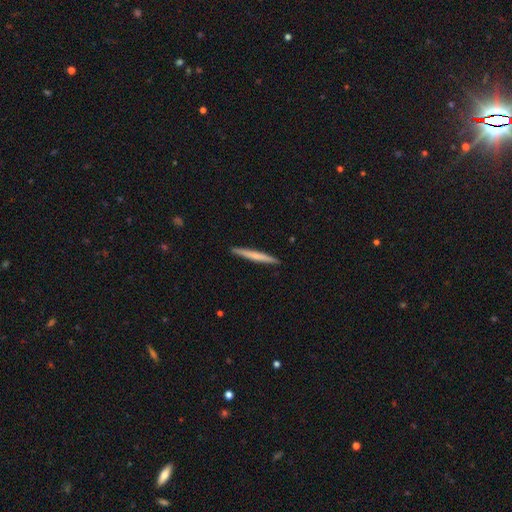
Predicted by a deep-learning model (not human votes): Overall: smooth (59%; featured or disk 35%). How rounded: cigar-shaped (97%). Merging: none (92%).